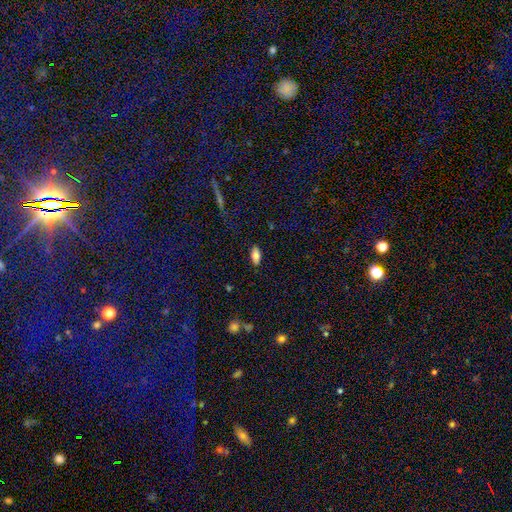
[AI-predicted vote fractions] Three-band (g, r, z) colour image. It shows a smooth galaxy with no disk features (78%) that is in between round and cigar-shaped (89%). Merging: none (87%).